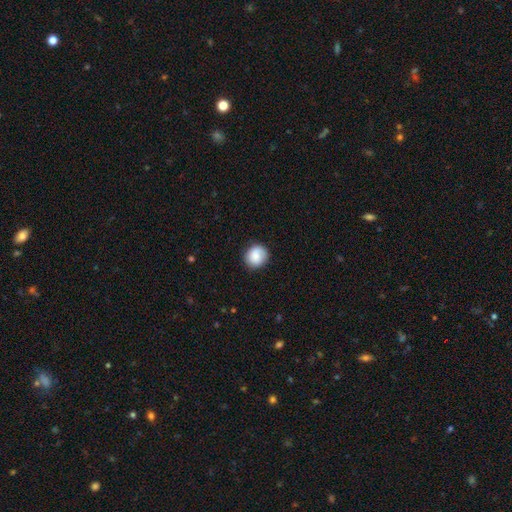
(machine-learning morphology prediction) Smooth or featured? Predicted: smooth (p=0.83). How rounded? Predicted: round (p=0.89). Merging? Predicted: none (p=0.85).